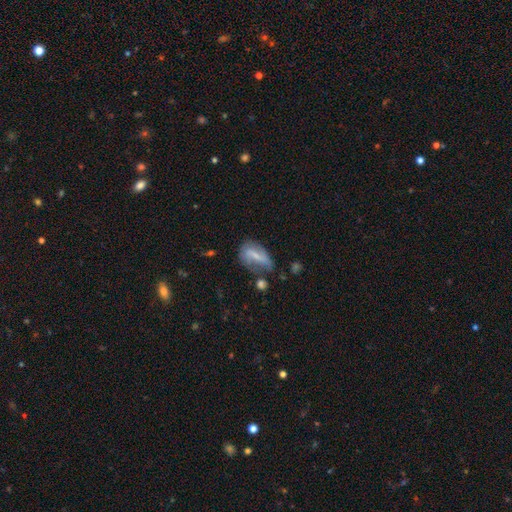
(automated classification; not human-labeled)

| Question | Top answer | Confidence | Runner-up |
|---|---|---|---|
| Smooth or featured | smooth | 47% | featured or disk (44%) |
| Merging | none | 40% | minor disturbance (31%) |